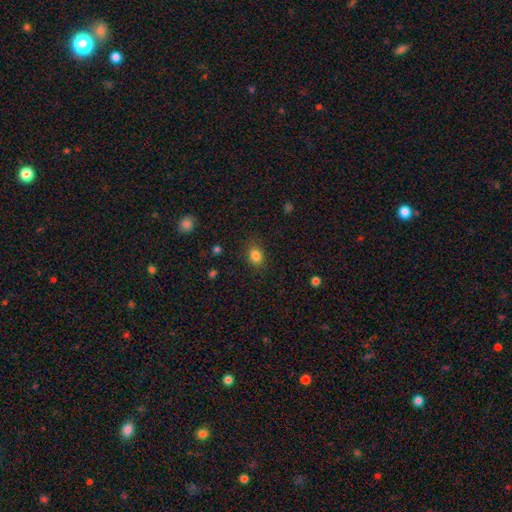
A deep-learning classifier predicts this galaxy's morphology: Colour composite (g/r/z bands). It shows a smooth galaxy with no disk features (84%) that is in between round and cigar-shaped (59%). Merging: none (84%).